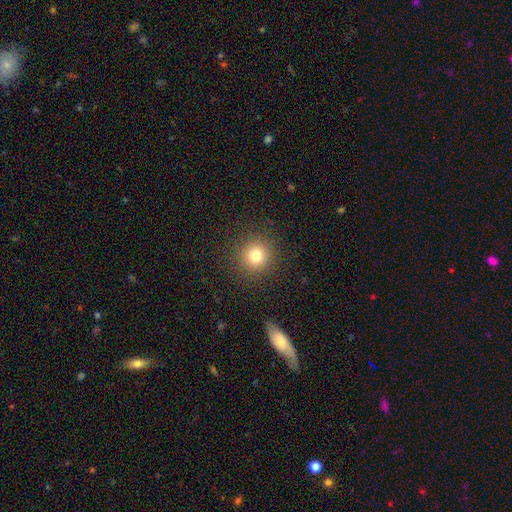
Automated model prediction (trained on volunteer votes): Smooth or featured? smooth (78%)
How rounded? round (93%)
Merging? none (90%)